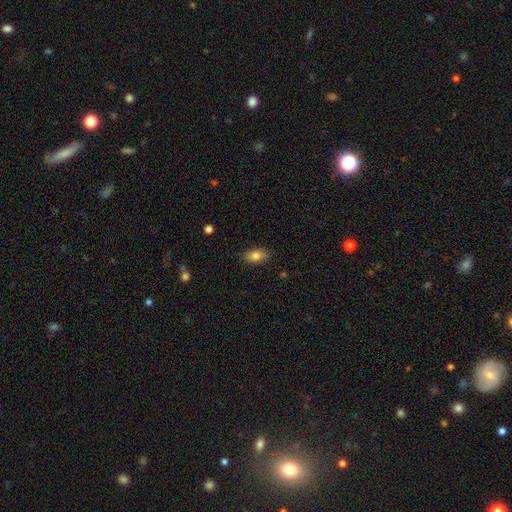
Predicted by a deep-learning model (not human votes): This is clearly a smooth galaxy (80%). How rounded: clearly in between (88%). Merging: clearly none (87%).